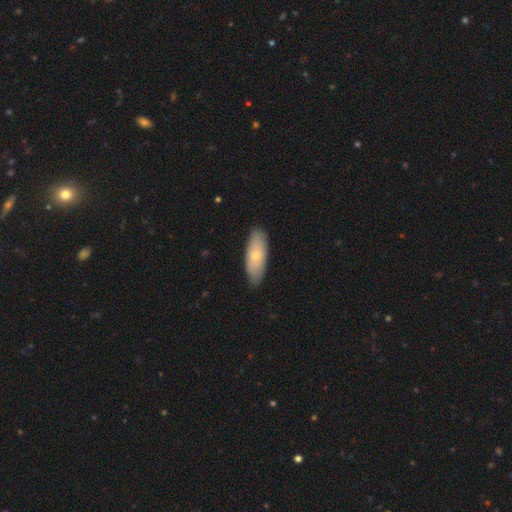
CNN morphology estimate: Q: Smooth or featured?
A: smooth (68%); runner-up: featured or disk (26%)
Q: How rounded?
A: in between (69%); runner-up: cigar-shaped (28%)
Q: Merging?
A: none (84%); runner-up: minor disturbance (13%)